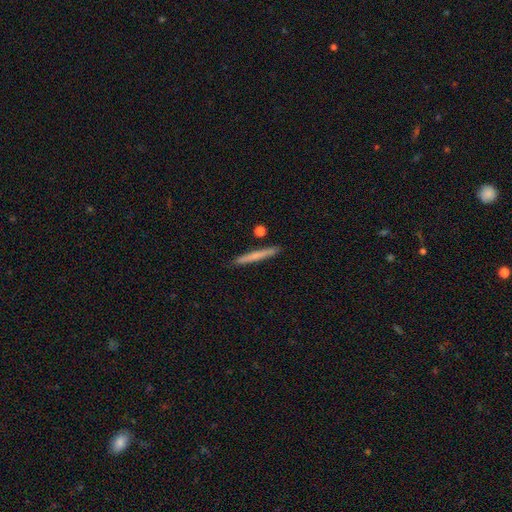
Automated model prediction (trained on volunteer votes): Morphology: type=smooth (64%); roundness=cigar-shaped (96%); merging=none (89%).